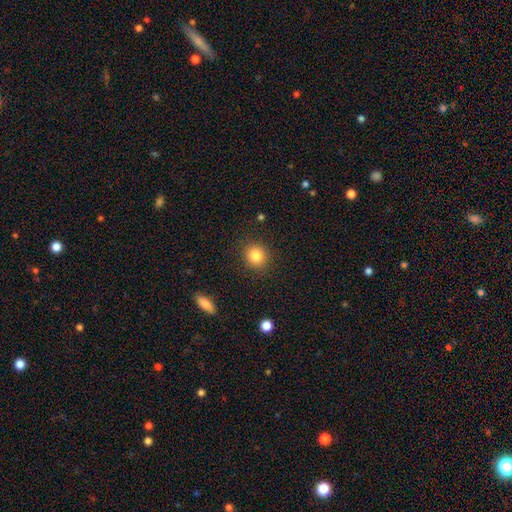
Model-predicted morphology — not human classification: Smooth or featured?
  - smooth: 84% *
  - star or artifact: 10%
  - featured or disk: 6%
How rounded?
  - round: 84% *
  - in between: 15%
  - cigar-shaped: 1%
Merging?
  - none: 89% *
  - minor disturbance: 7%
  - major disturbance: 3%
  - merger: 1%